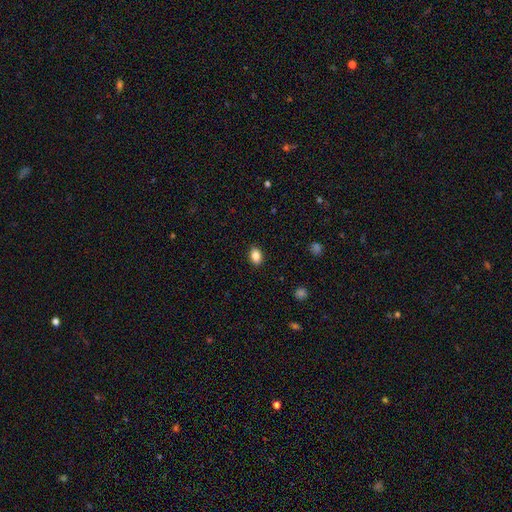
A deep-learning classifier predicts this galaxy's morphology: This appears to be a smooth galaxy with no disk features (86%) that is in between round and cigar-shaped (82%). Merging: none (89%).